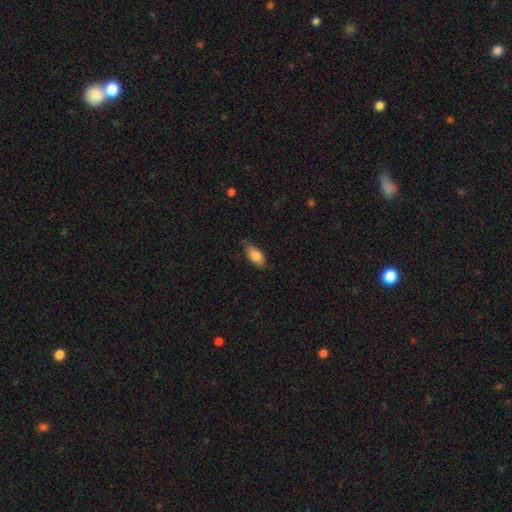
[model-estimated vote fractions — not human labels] This is clearly a smooth galaxy (82%). How rounded: clearly in between (87%). Merging: likely none (72%).